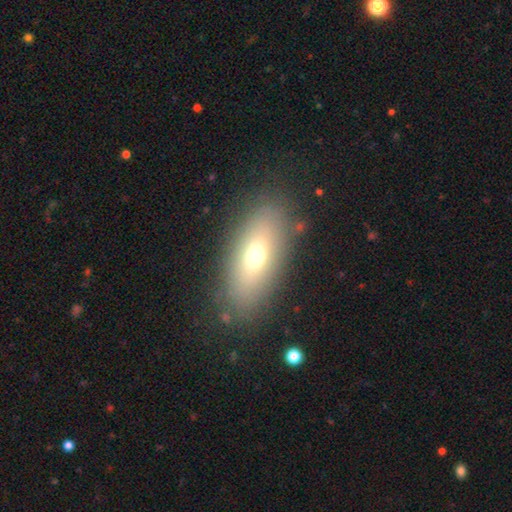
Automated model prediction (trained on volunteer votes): smooth_or_featured: smooth (p=0.64) [alt: featured or disk p=0.26]
how_rounded: in between (p=0.77) [alt: cigar-shaped p=0.18]
merging: none (p=0.84) [alt: minor disturbance p=0.10]